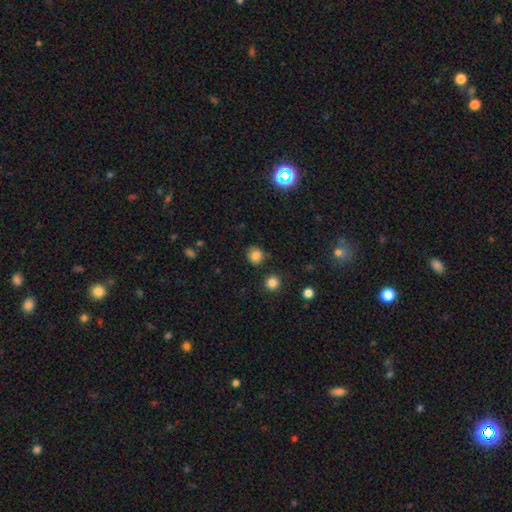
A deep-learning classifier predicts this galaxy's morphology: Smooth or featured: smooth — 81% (star or artifact — 14%)
How rounded: round — 74% (in between — 25%)
Merging: none — 79% (minor disturbance — 13%)